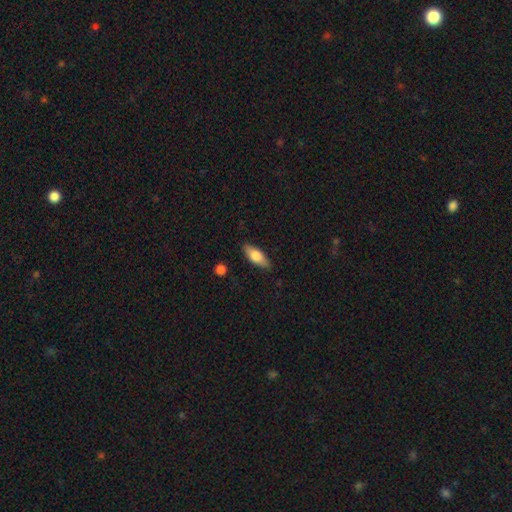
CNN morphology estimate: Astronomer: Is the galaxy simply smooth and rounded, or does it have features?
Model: smooth — 71%.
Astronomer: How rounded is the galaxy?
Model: in between — 75%.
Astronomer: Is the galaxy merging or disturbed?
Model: none — 85%.